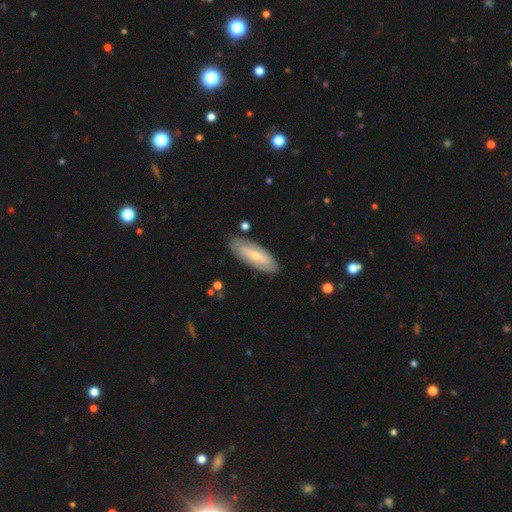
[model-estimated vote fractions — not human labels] Q: Smooth or featured?
A: featured or disk (47%); tied with: smooth (47%)
Q: Merging?
A: none (84%); runner-up: minor disturbance (12%)